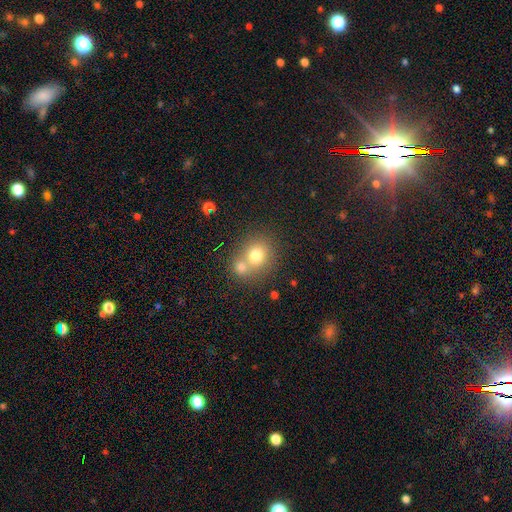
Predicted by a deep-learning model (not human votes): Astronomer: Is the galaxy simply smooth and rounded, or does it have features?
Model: smooth — 74%.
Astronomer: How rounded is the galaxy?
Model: round — 77%.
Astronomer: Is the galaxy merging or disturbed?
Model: merger — 45% (runner-up: none, 44%).